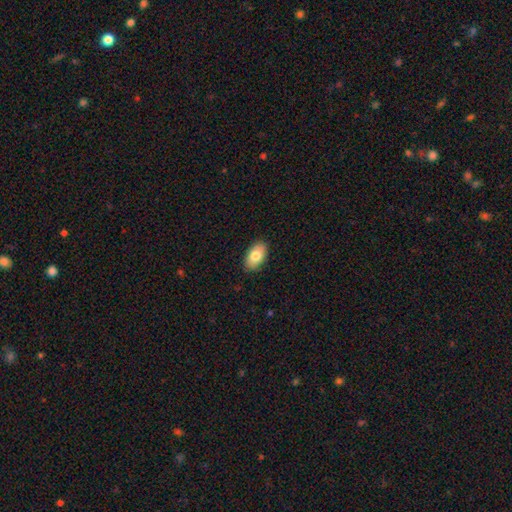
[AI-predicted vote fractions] Smooth or featured? smooth (81%)
How rounded? in between (94%)
Merging? none (89%)